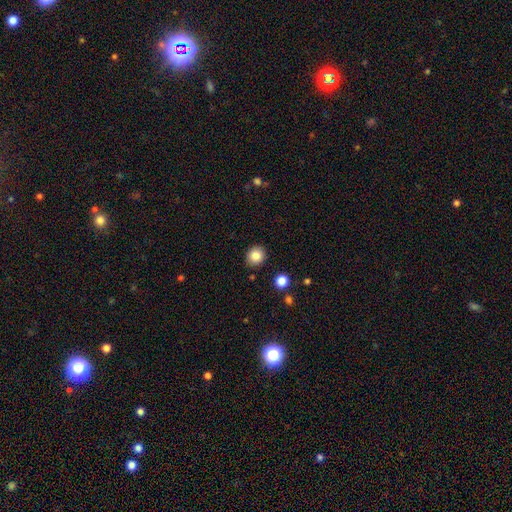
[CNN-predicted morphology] Overall: smooth (85%). How rounded: round (82%). Merging: none (90%).